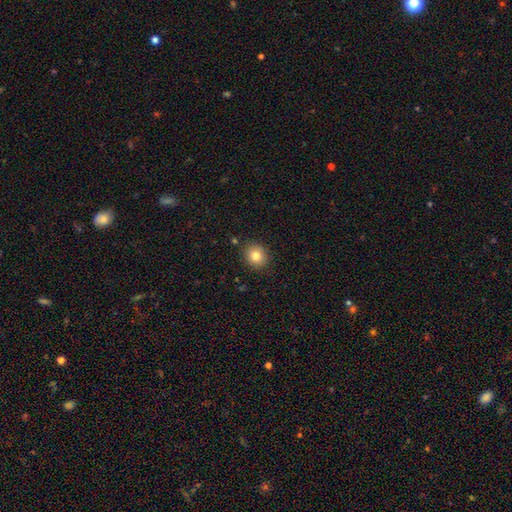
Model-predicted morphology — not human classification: This is clearly a smooth galaxy (81%). How rounded: clearly round (82%). Merging: clearly none (88%).